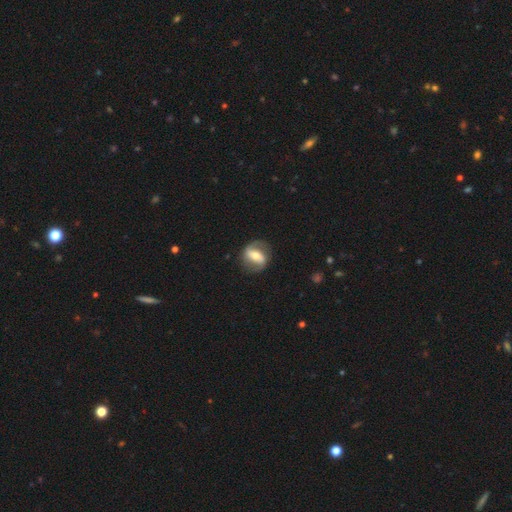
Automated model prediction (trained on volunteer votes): Smooth or featured: featured or disk — 69% (smooth — 25%)
Edge-on disk: no — 93% (yes — 7%)
Bar: strong — 56% (weak — 29%)
Spiral arms: yes — 75% (no — 25%)
Bulge size: moderate — 62% (small — 25%)
Merging: none — 78% (minor disturbance — 14%)